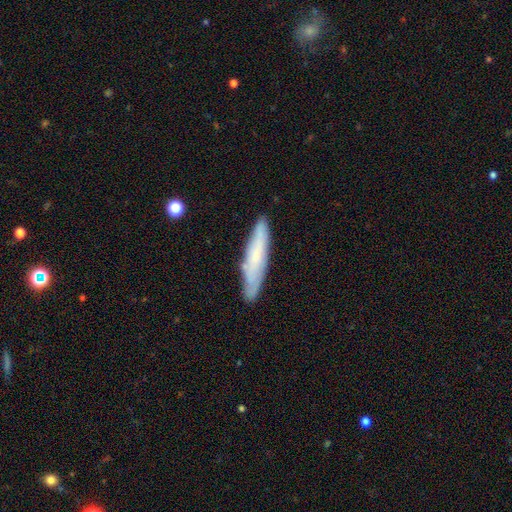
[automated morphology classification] The model was most divided on "smooth or featured": smooth: 57%, featured or disk: 35%, star or artifact: 7%. More confident: how rounded — cigar-shaped (85%); merging — none (80%).